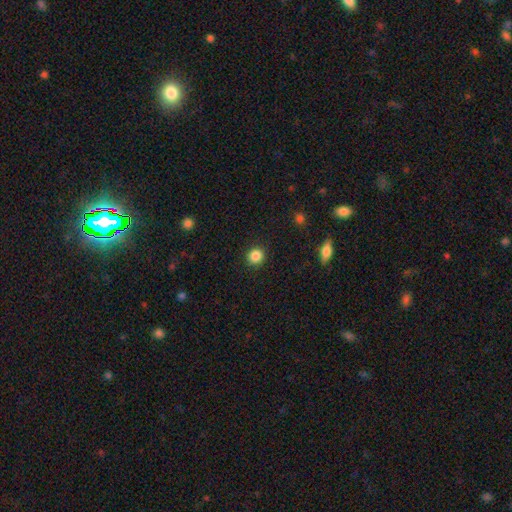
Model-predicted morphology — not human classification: A smooth galaxy with no disk features (86%) that is round (89%). Merging: none (91%).